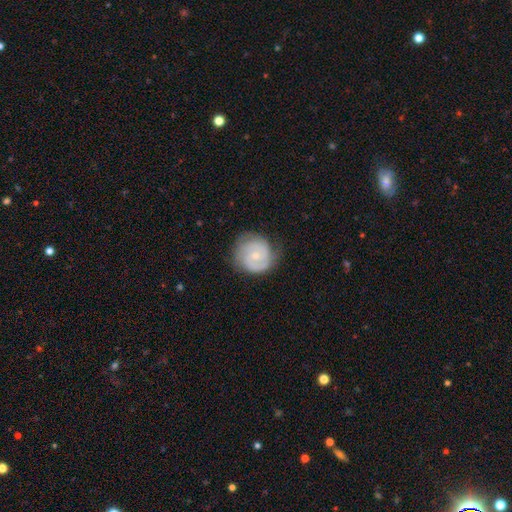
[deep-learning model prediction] Smooth or featured? Predicted: featured or disk (p=0.69). Edge-on disk? Predicted: no (p=0.98). Bar? Predicted: no (p=0.72). Spiral arms? Predicted: yes (p=0.90). Spiral winding? Predicted: tight (p=0.57). Spiral arm count? Predicted: 2 (p=0.50). Bulge size? Predicted: small (p=0.67). Merging? Predicted: none (p=0.71).